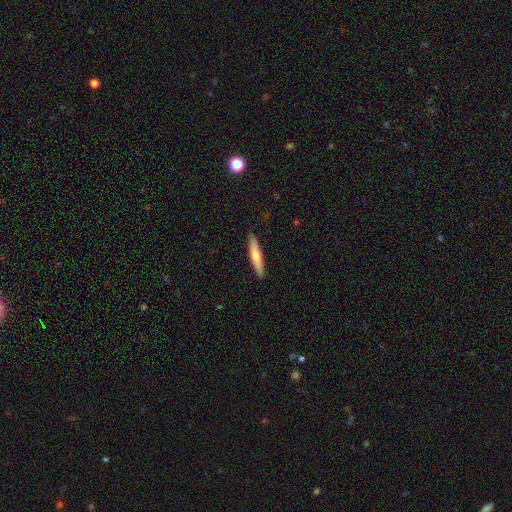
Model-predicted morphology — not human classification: Smooth or featured? Predicted: smooth (p=0.63). How rounded? Predicted: cigar-shaped (p=0.91). Merging? Predicted: none (p=0.90).